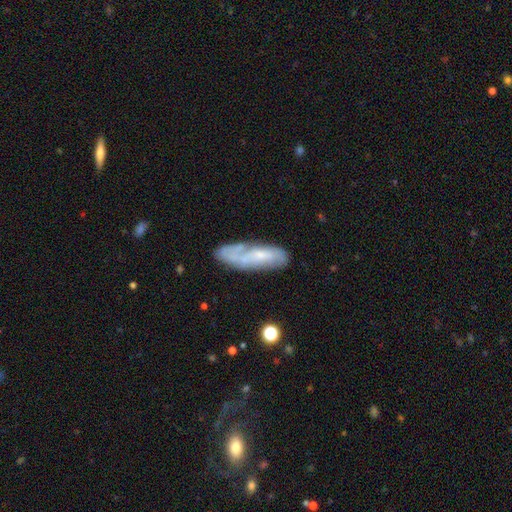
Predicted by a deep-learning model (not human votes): Smooth or featured: featured or disk — 55% (smooth — 37%)
Edge-on disk: no — 80% (yes — 20%)
Merging: none — 58% (minor disturbance — 24%)